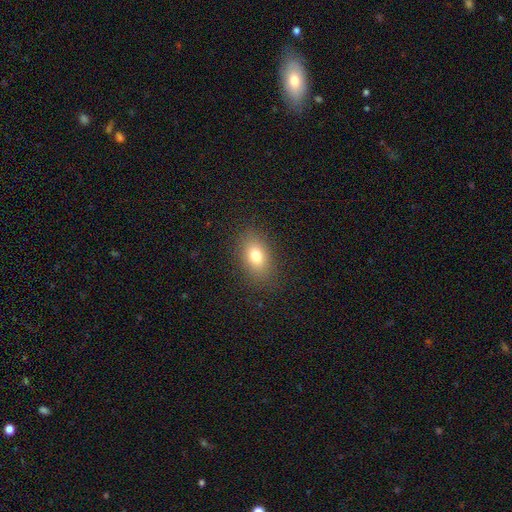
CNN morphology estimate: type=smooth (77%); roundness=in between (83%); merging=none (86%).